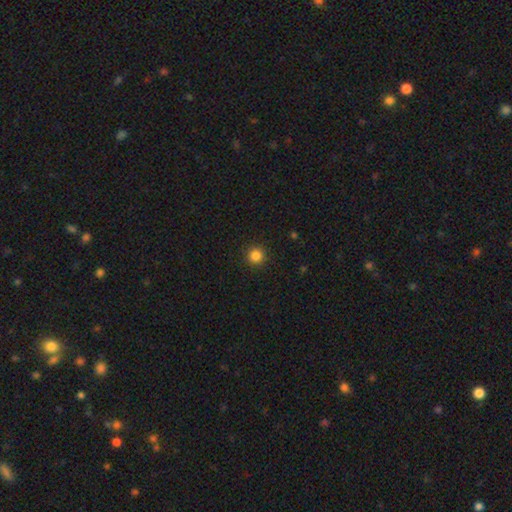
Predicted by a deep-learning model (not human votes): Smooth or featured? Predicted: smooth (p=0.84). How rounded? Predicted: round (p=0.95). Merging? Predicted: none (p=0.92).